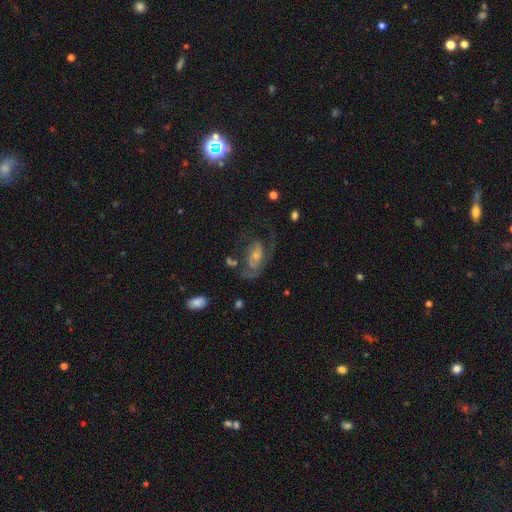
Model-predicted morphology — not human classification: smooth_or_featured: featured or disk (p=0.70) [alt: smooth p=0.16]
disk_edge_on: no (p=0.95) [alt: yes p=0.05]
bar: no (p=0.64) [alt: weak p=0.28]
has_spiral_arms: yes (p=0.78) [alt: no p=0.22]
spiral_winding: medium (p=0.43) [alt: tight p=0.33]
spiral_arm_count: 2 (p=0.44) [alt: can't tell p=0.25]
bulge_size: small (p=0.57) [alt: moderate p=0.32]
merging: none (p=0.46) [alt: major disturbance p=0.31]